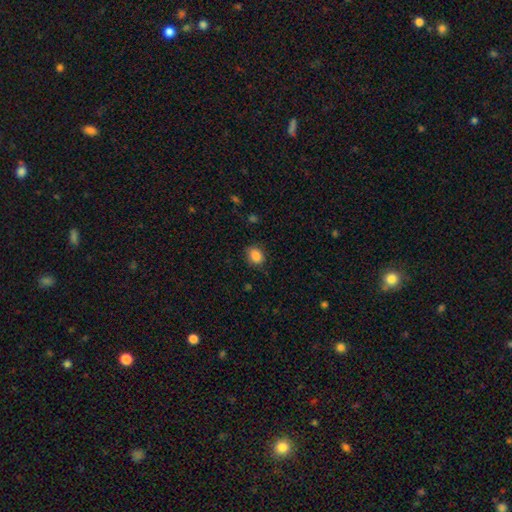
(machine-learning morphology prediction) type=smooth (86%); roundness=in between (50%); merging=none (81%).